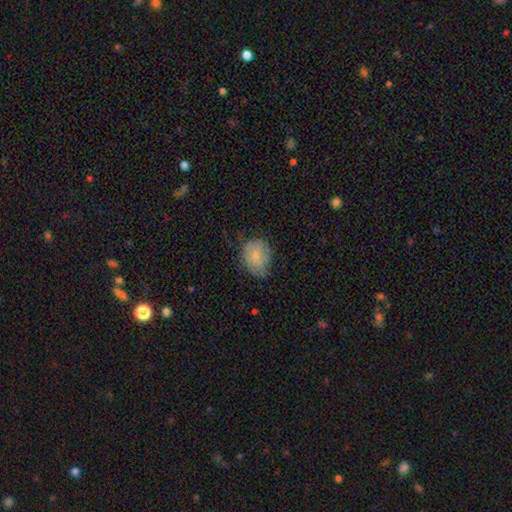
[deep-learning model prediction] smooth_or_featured: smooth (p=0.68) [alt: featured or disk p=0.24]
how_rounded: round (p=0.51) [alt: in between p=0.48]
merging: none (p=0.52) [alt: minor disturbance p=0.36]